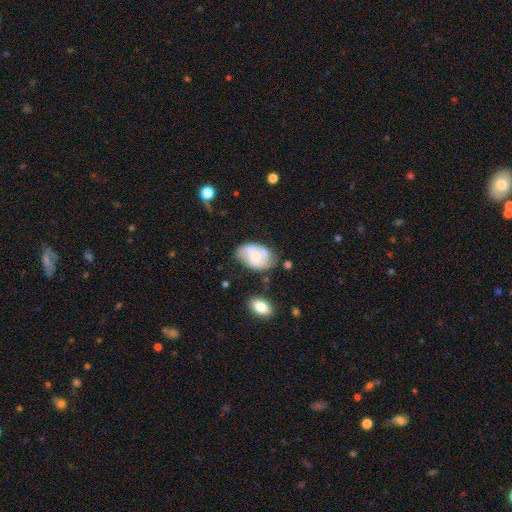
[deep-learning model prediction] Q: Smooth or featured?
A: smooth (49%); runner-up: featured or disk (44%)
Q: Merging?
A: none (50%); runner-up: minor disturbance (32%)